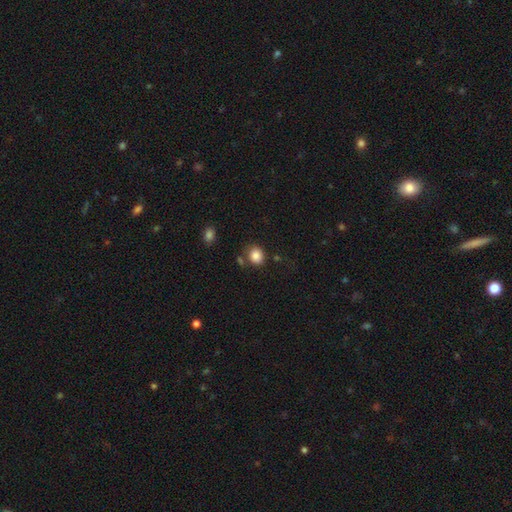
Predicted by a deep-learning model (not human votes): Smooth or featured?
  - smooth: 85% *
  - star or artifact: 10%
  - featured or disk: 5%
How rounded?
  - round: 62% *
  - in between: 37%
  - cigar-shaped: 1%
Merging?
  - none: 73% *
  - minor disturbance: 14%
  - merger: 9%
  - major disturbance: 5%